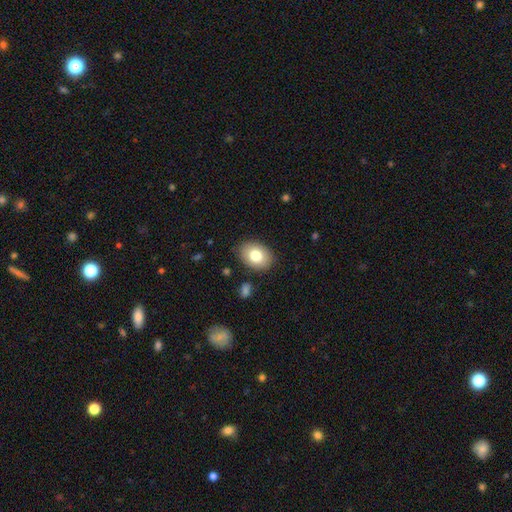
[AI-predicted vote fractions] Smooth or featured? smooth (79%)
How rounded? in between (75%)
Merging? none (86%)